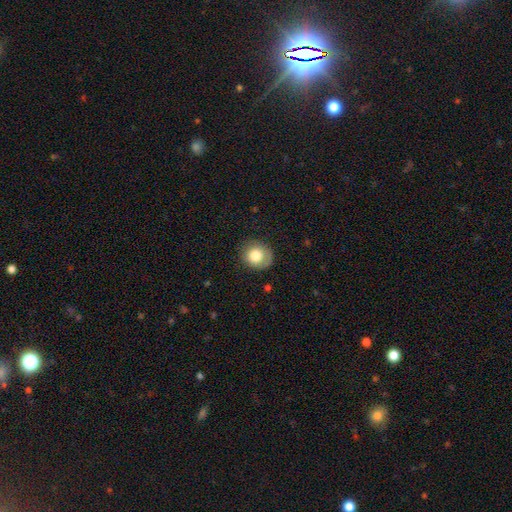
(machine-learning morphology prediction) A smooth galaxy with no disk features (79%) that is round (83%). Merging: none (76%).